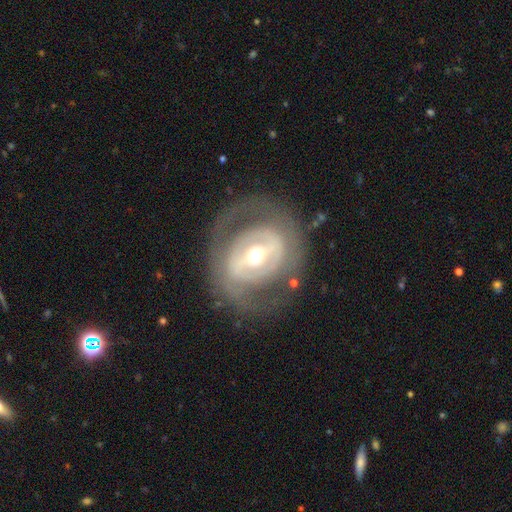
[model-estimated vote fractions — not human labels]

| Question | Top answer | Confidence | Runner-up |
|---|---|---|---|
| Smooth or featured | featured or disk | 76% | smooth (18%) |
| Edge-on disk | no | 94% | yes (6%) |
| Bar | strong | 43% | weak (33%) |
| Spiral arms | no | 56% | yes (44%) |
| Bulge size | moderate | 65% | small (27%) |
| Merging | none | 74% | minor disturbance (13%) |